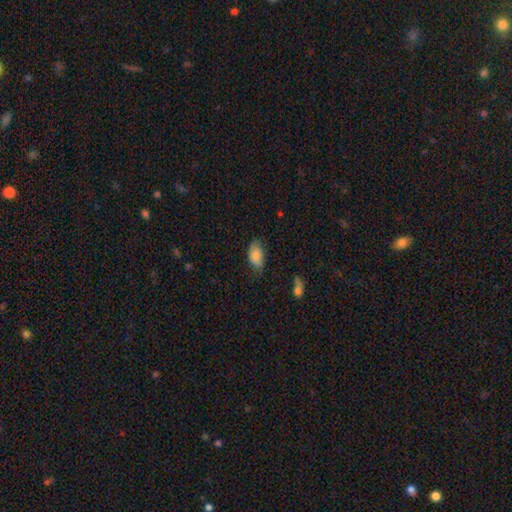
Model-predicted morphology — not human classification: smooth 84%, featured or disk 9%, star or artifact 7%. Down the decision tree: how rounded — in between (93%); merging — none (64%).